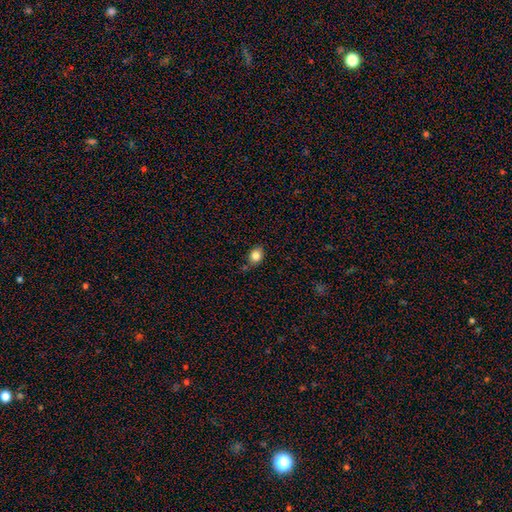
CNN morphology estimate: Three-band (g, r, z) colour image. It shows a smooth galaxy with no disk features (83%) that is round (50%). Merging: none (76%).